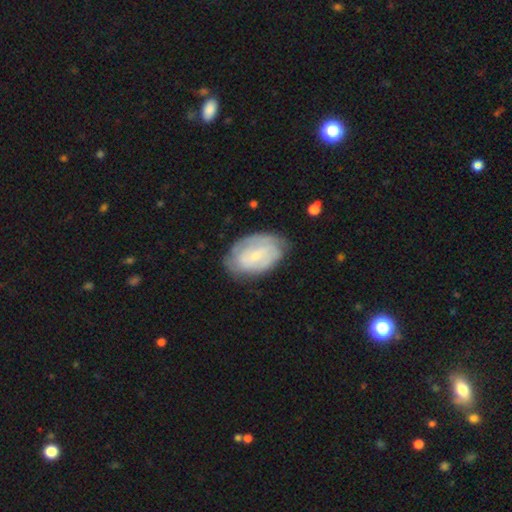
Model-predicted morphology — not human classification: This appears to be a featured or disk galaxy (65%) with no bar (54%), spiral arms (80%) and a small central bulge (72%). Merging: none (69%).